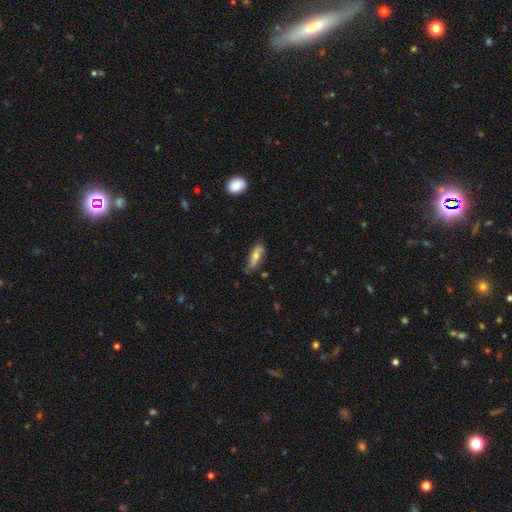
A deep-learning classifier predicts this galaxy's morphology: This appears to be a smooth galaxy with no disk features (60%) that is in between round and cigar-shaped (53%). Merging: none (62%).